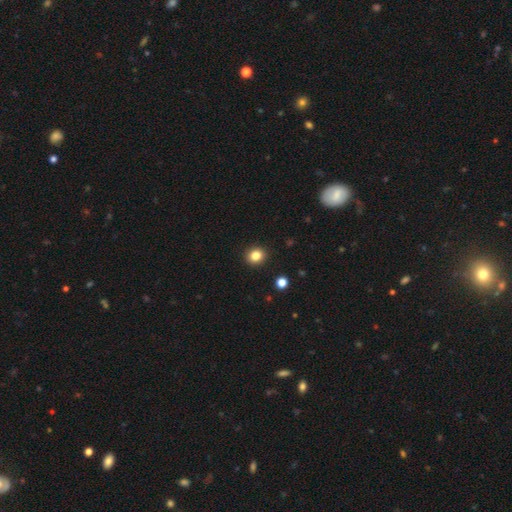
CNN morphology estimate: smooth 84%, star or artifact 11%, featured or disk 5%. Down the decision tree: how rounded — round (79%); merging — none (92%).